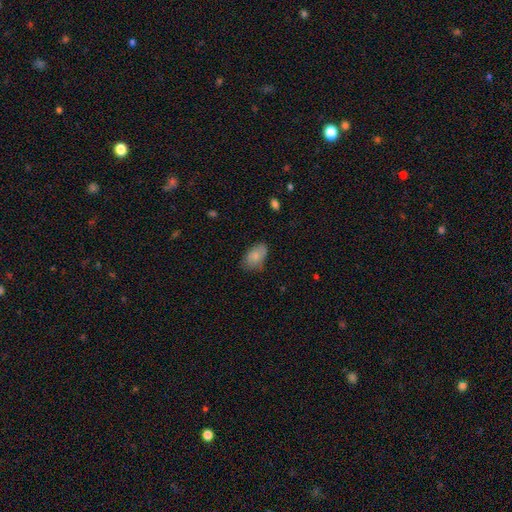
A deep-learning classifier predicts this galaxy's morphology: Smooth or featured: smooth — 82% (featured or disk — 11%)
How rounded: in between — 91% (round — 7%)
Merging: none — 68% (minor disturbance — 25%)